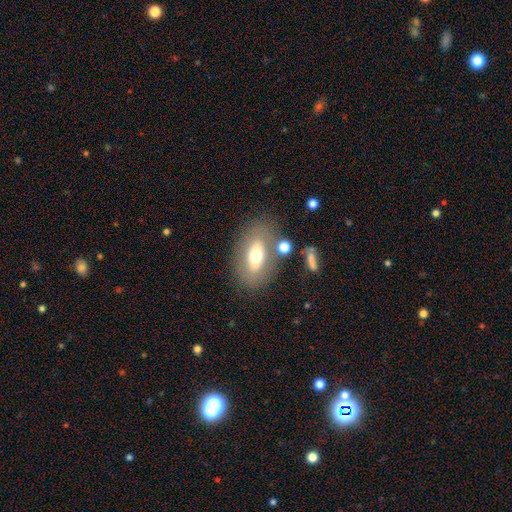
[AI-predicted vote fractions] Q: Smooth or featured?
A: smooth (55%); runner-up: featured or disk (36%)
Q: How rounded?
A: in between (87%); runner-up: round (8%)
Q: Merging?
A: none (72%); runner-up: minor disturbance (13%)